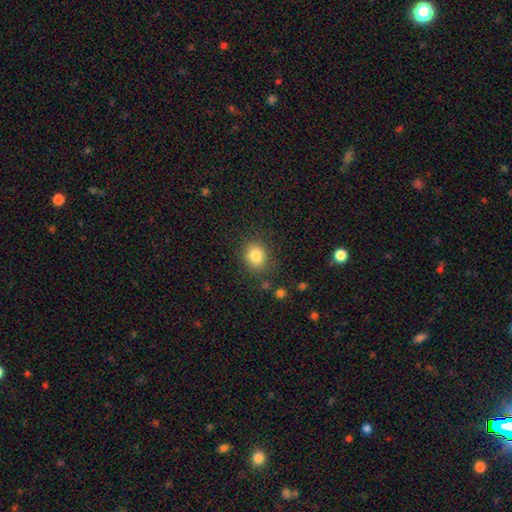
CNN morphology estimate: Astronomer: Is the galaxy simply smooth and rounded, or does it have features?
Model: smooth — 83%.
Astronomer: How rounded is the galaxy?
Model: round — 70%.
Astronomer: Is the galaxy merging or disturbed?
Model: none — 84%.